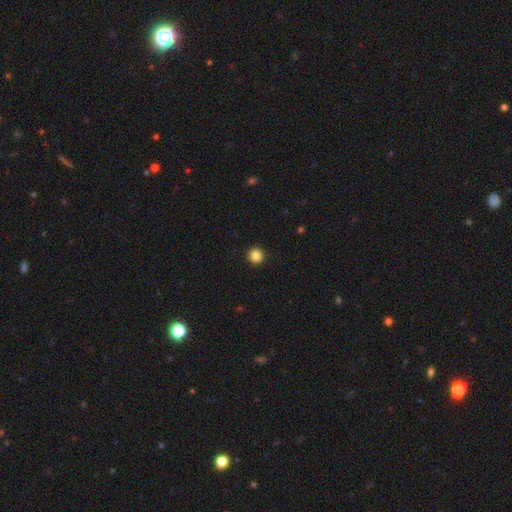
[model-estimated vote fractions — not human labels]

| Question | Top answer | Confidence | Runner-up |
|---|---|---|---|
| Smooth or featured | smooth | 86% | star or artifact (11%) |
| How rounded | round | 95% | in between (4%) |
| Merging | none | 93% | minor disturbance (4%) |